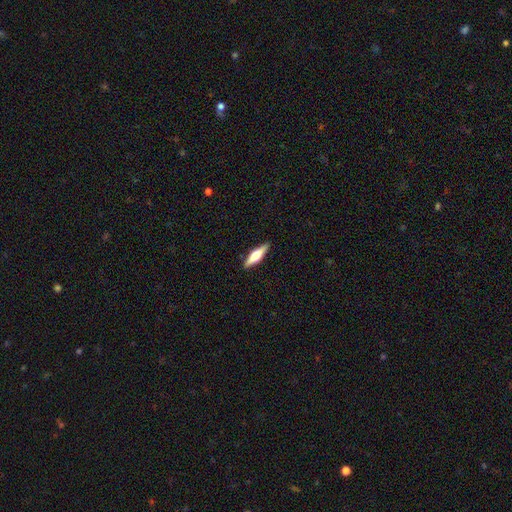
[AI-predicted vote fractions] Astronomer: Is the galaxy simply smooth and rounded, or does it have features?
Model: featured or disk — 54% (runner-up: smooth, 40%).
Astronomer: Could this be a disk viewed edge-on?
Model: yes — 95%.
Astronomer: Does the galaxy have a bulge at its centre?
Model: rounded — 90%.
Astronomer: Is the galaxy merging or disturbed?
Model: none — 89%.